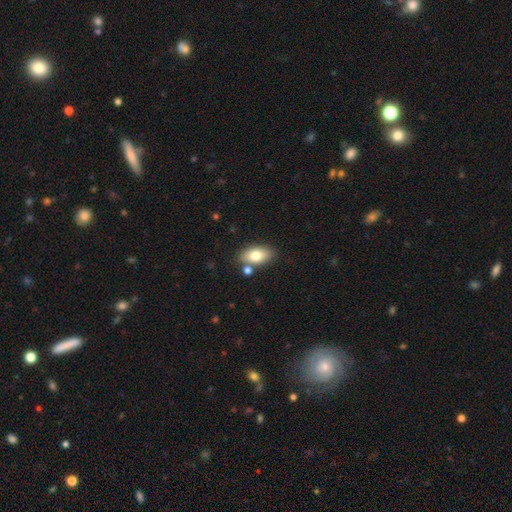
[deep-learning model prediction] smooth 77%, featured or disk 16%, star or artifact 8%. Down the decision tree: how rounded — in between (90%); merging — none (77%).